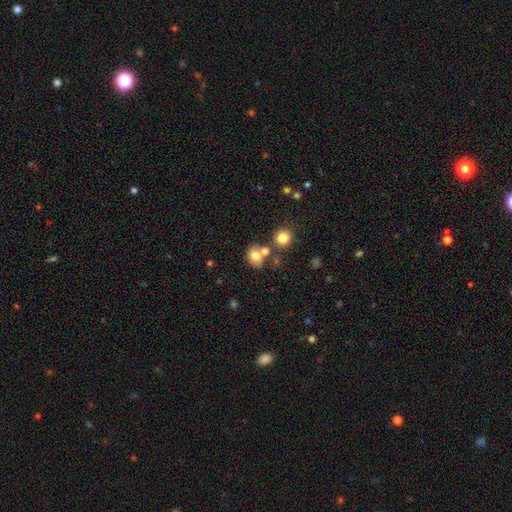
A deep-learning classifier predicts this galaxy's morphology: smooth 75%, featured or disk 13%, star or artifact 12%. Down the decision tree: how rounded — round (54%); merging — none (48%).